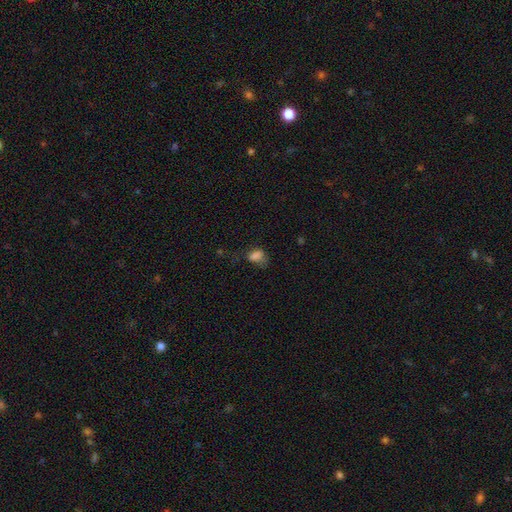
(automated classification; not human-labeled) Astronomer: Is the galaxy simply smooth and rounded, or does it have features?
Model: smooth — 74%.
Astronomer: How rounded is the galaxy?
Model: in between — 77%.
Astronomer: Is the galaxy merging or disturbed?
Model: none — 34% (runner-up: major disturbance, 32%).